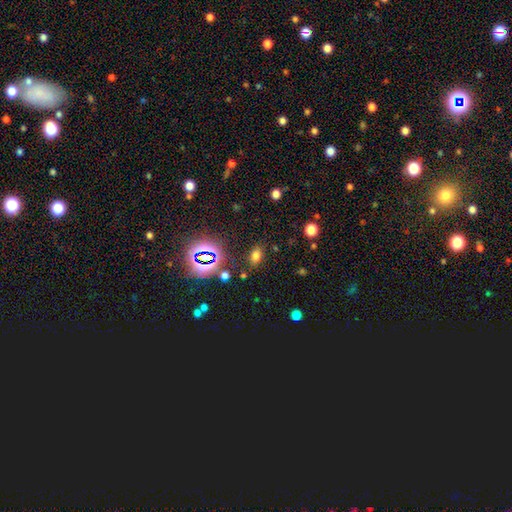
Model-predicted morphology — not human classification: This appears to be a smooth galaxy with no disk features (67%) that is in between round and cigar-shaped (81%). Merging: none (83%).